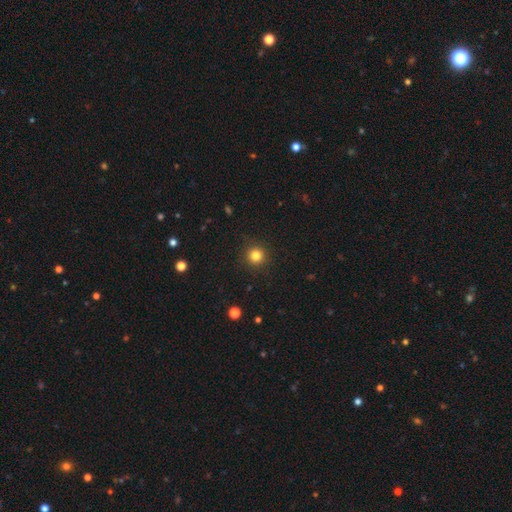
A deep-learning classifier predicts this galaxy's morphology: Smooth or featured? Predicted: smooth (p=0.82). How rounded? Predicted: round (p=0.95). Merging? Predicted: none (p=0.91).